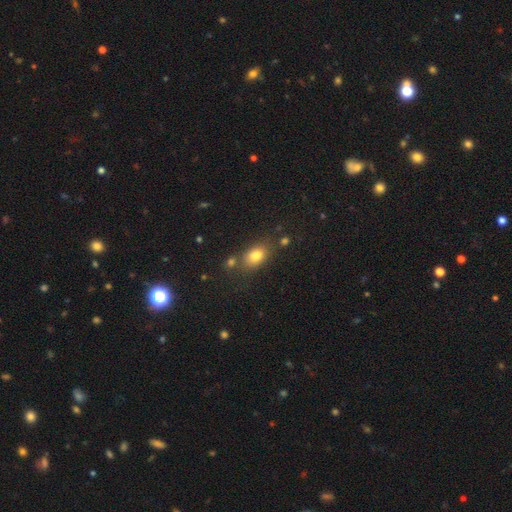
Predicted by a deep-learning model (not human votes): Smooth or featured: smooth — 81% (star or artifact — 10%)
How rounded: in between — 80% (round — 17%)
Merging: none — 66% (minor disturbance — 16%)